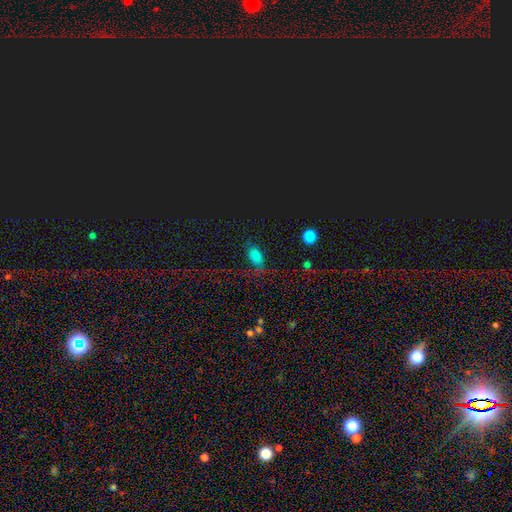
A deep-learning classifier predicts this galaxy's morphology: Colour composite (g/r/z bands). It shows a smooth galaxy with no disk features (71%) that is in between round and cigar-shaped (87%). Merging: none (64%).